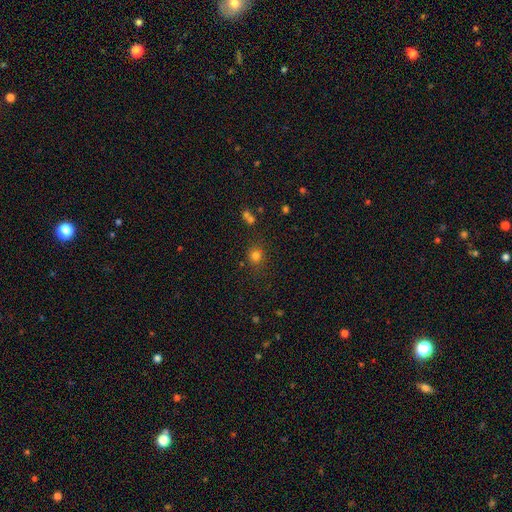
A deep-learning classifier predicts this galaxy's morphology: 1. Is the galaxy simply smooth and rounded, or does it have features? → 77% smooth, 17% star or artifact, 6% featured or disk.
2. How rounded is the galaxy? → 84% round, 15% in between, 1% cigar-shaped.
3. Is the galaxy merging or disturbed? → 78% none, 11% minor disturbance, 6% merger, 4% major disturbance.